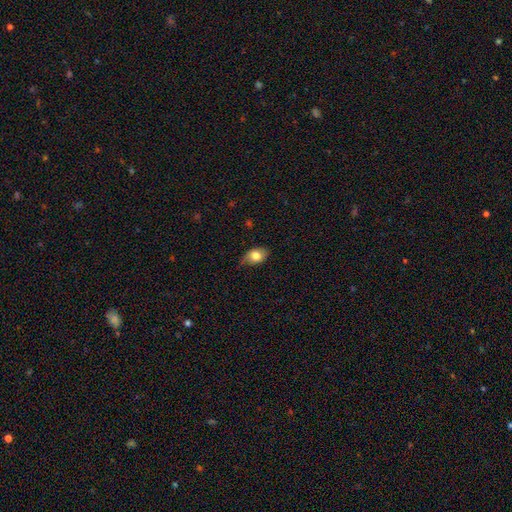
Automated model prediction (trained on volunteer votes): smooth_or_featured: smooth (p=0.78) [alt: featured or disk p=0.14]
how_rounded: in between (p=0.82) [alt: round p=0.17]
merging: none (p=0.67) [alt: minor disturbance p=0.27]